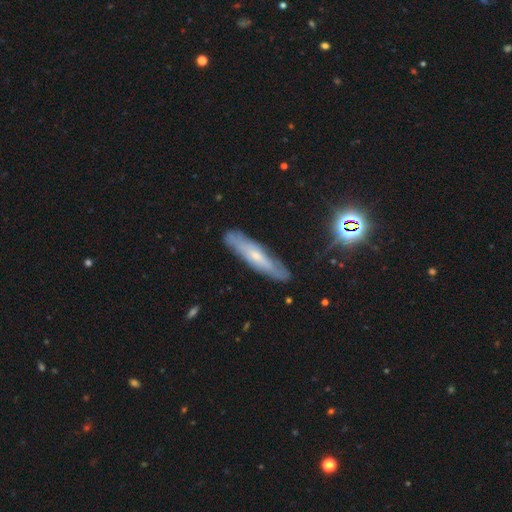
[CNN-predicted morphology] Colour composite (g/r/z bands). It shows a featured or disk galaxy (56%) viewed edge-on (57%). Merging: none (79%).